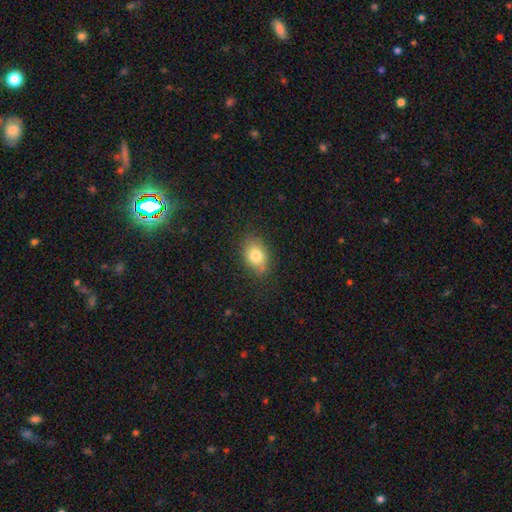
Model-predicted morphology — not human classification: This is clearly a smooth galaxy (80%). How rounded: clearly in between (82%). Merging: likely none (79%).